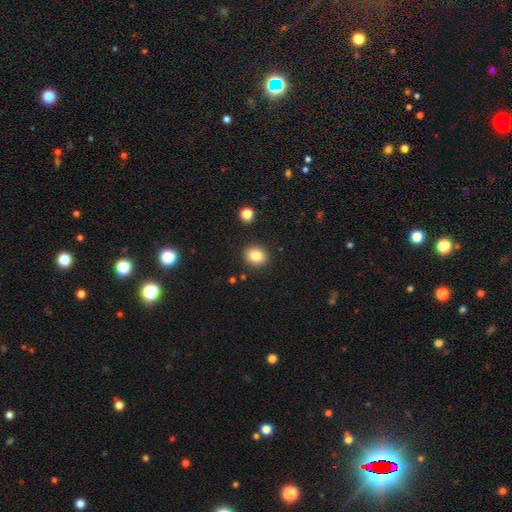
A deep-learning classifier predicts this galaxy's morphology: A smooth galaxy with no disk features (84%) that is round (68%).

Vote fractions:
- Smooth or featured? smooth: 84% / star or artifact: 10% / featured or disk: 6%
- How rounded? round: 68% / in between: 31% / cigar-shaped: 1%
- Merging? none: 88% / minor disturbance: 7% / merger: 2% / major disturbance: 2%